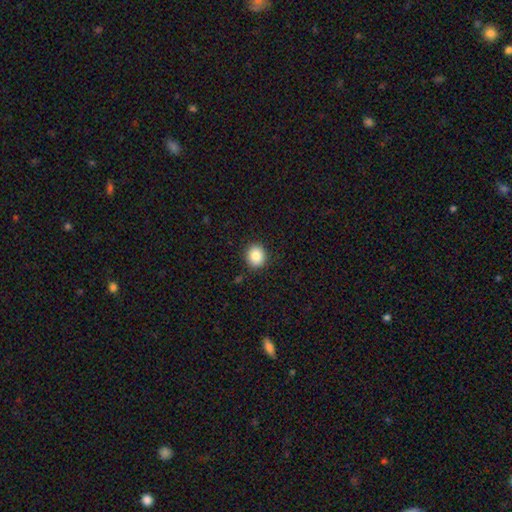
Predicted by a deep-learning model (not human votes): smooth-or-featured: smooth: 86% | star or artifact: 9% | featured or disk: 6%
  how-rounded: round: 72% | in between: 27% | cigar-shaped: 1%
  merging: none: 89% | minor disturbance: 8% | major disturbance: 2% | merger: 1%